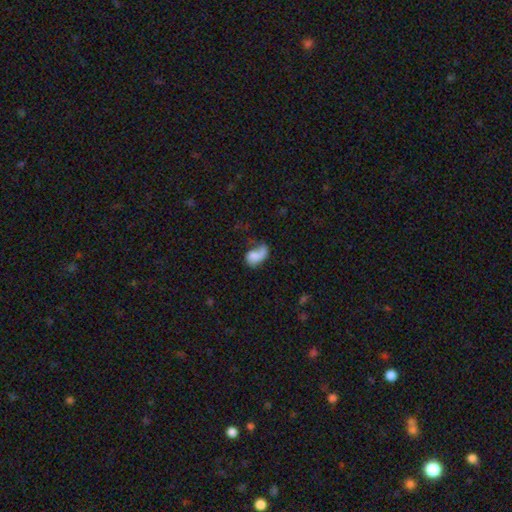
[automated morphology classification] A smooth galaxy with no disk features (55%) that is in between round and cigar-shaped (83%). Merging: major disturbance (41%).